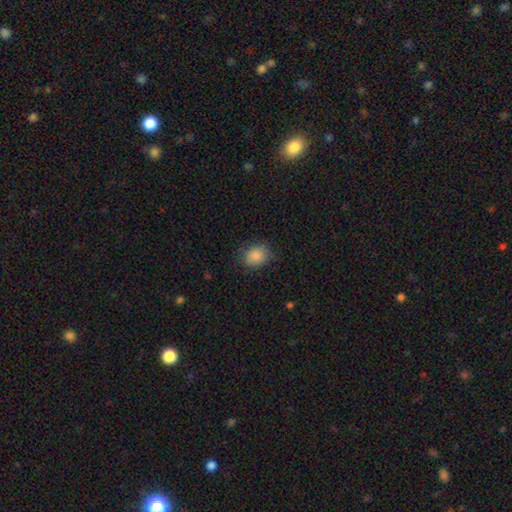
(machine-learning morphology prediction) A smooth galaxy with no disk features (87%) that is round (57%). Merging: none (76%).